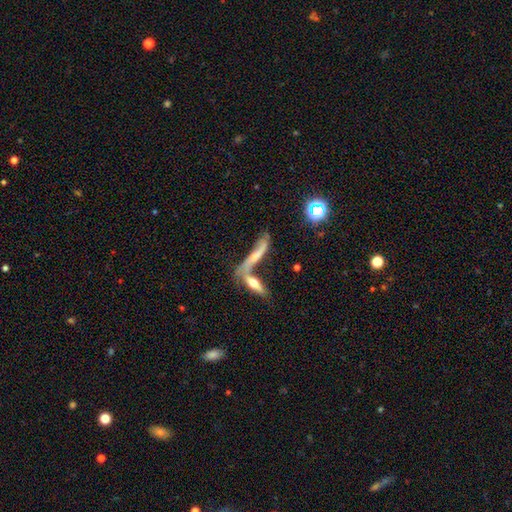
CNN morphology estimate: Overall: featured or disk (50%; smooth 39%). Edge-on disk: yes (59%; no 41%). Merging: merger (53%; none 27%).